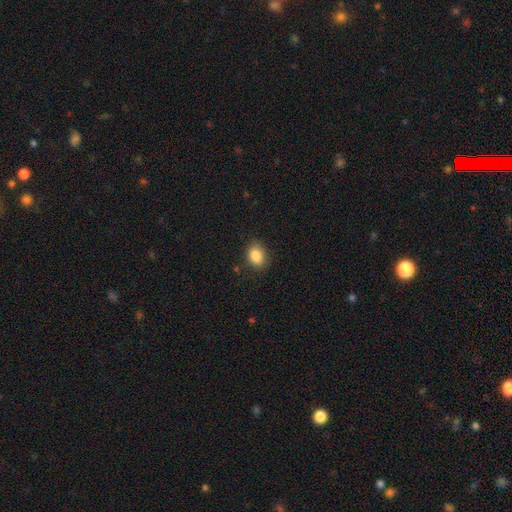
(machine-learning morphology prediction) This is clearly a smooth galaxy (86%). How rounded: likely in between (70%). Merging: clearly none (83%).